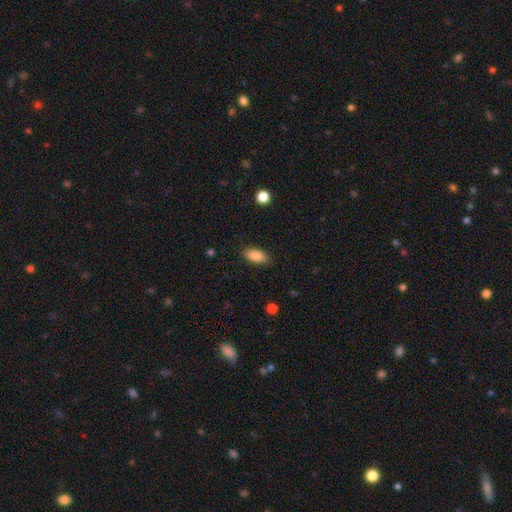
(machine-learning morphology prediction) Smooth or featured? Predicted: smooth (p=0.87). How rounded? Predicted: in between (p=0.90). Merging? Predicted: none (p=0.84).